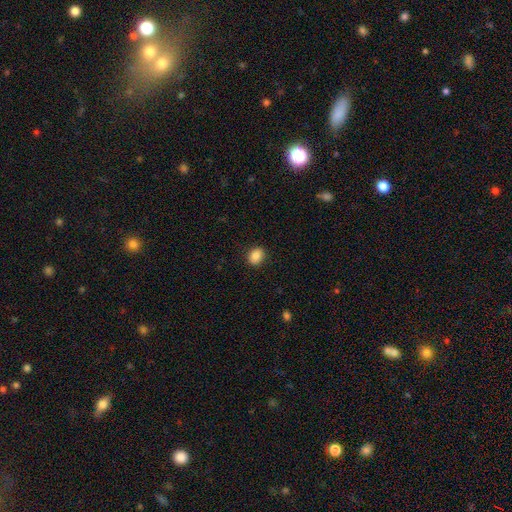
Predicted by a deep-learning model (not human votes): Smooth or featured? smooth (88%)
How rounded? in between (52%)
Merging? none (88%)